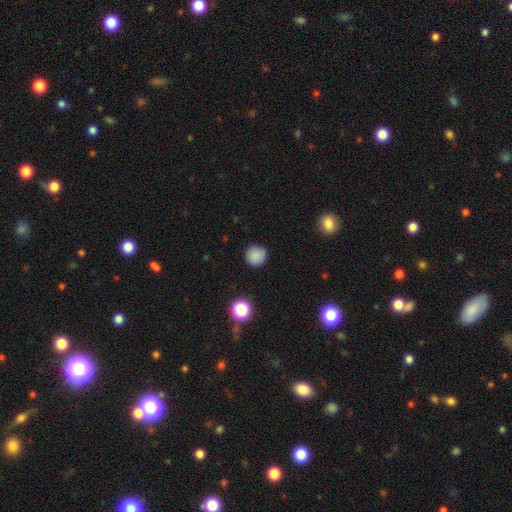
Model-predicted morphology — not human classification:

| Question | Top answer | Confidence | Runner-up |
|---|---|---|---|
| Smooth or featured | smooth | 85% | star or artifact (11%) |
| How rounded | round | 94% | in between (5%) |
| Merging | none | 89% | minor disturbance (8%) |